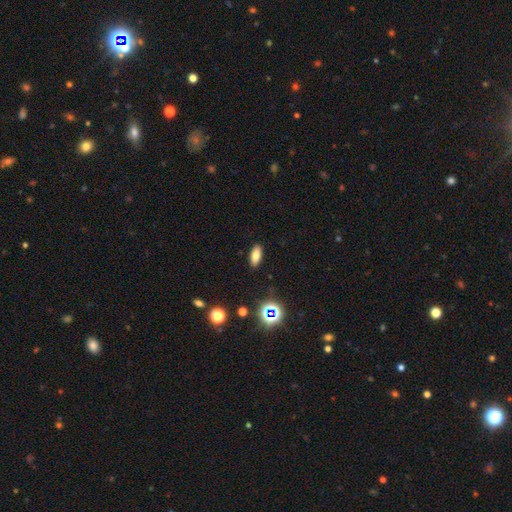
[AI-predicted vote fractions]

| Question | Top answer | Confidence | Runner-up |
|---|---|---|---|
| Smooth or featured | smooth | 77% | star or artifact (13%) |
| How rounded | in between | 79% | cigar-shaped (17%) |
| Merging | none | 89% | minor disturbance (8%) |